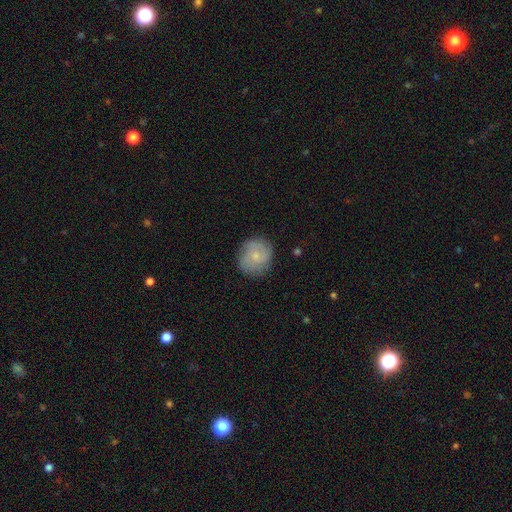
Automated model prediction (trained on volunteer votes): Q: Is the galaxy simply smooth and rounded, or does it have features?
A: smooth — 48%.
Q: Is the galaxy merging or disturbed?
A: none — 81%.